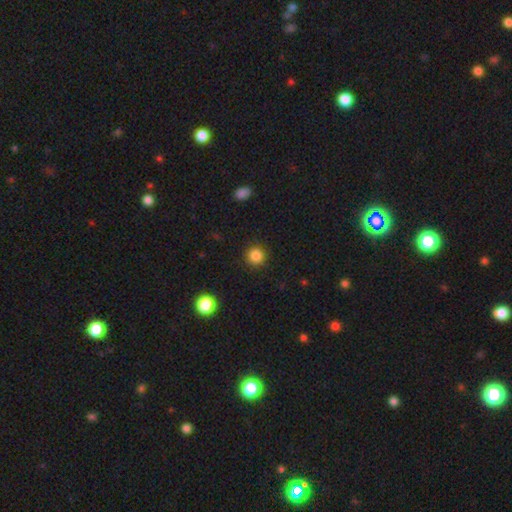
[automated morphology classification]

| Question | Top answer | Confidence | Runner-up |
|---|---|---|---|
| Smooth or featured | smooth | 85% | star or artifact (11%) |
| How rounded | round | 94% | in between (5%) |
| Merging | none | 90% | minor disturbance (7%) |